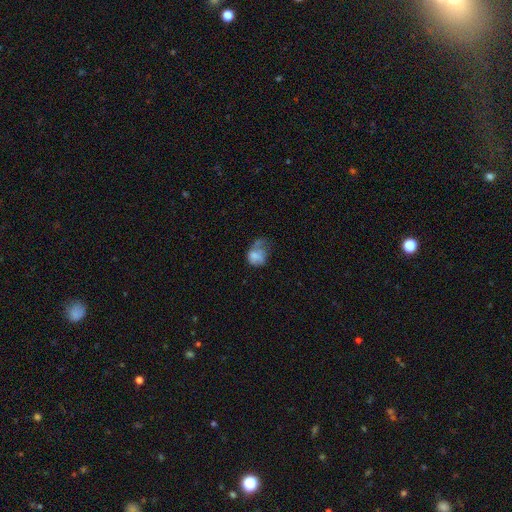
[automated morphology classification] This appears to be a smooth galaxy with no disk features (61%) that is in between round and cigar-shaped (58%). Merging: major disturbance (44%).